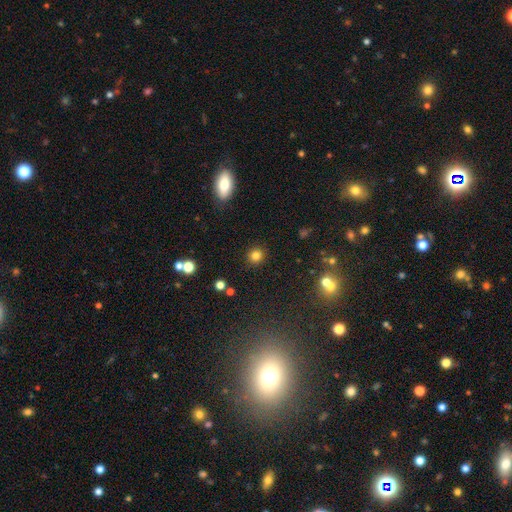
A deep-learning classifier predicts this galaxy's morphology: smooth 82%, star or artifact 14%, featured or disk 5%. Down the decision tree: how rounded — round (90%); merging — none (91%).